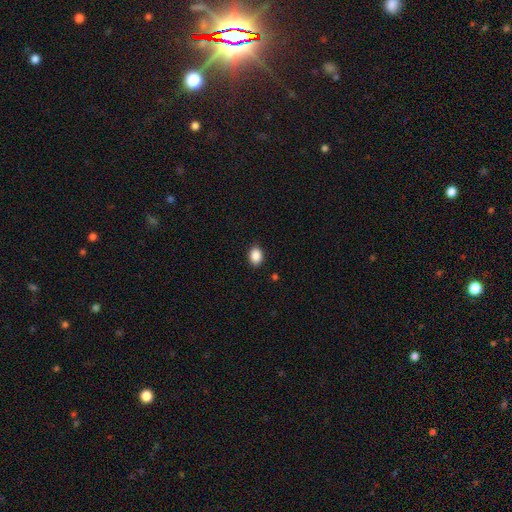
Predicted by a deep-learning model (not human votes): The model was most divided on "how rounded": in between: 62%, round: 37%, cigar-shaped: 1%. More confident: smooth or featured — smooth (88%); merging — none (86%).